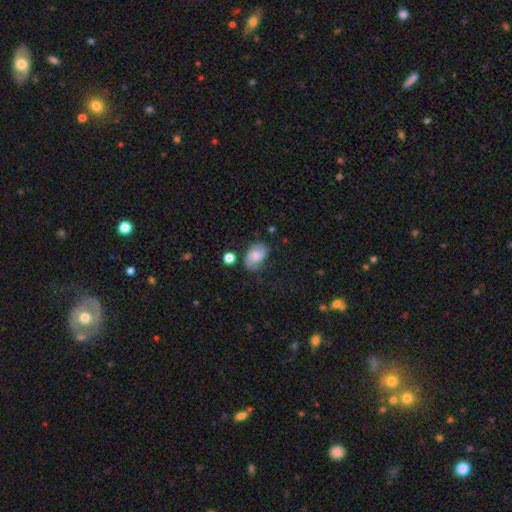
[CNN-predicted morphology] This appears to be a smooth galaxy with no disk features (54%) that is in between round and cigar-shaped (83%). Merging: none (61%).